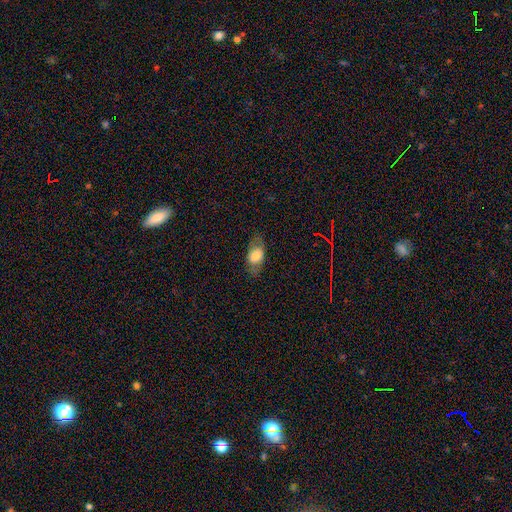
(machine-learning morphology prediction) Smooth or featured: smooth — 66% (featured or disk — 26%)
How rounded: in between — 86% (round — 8%)
Merging: none — 75% (minor disturbance — 17%)